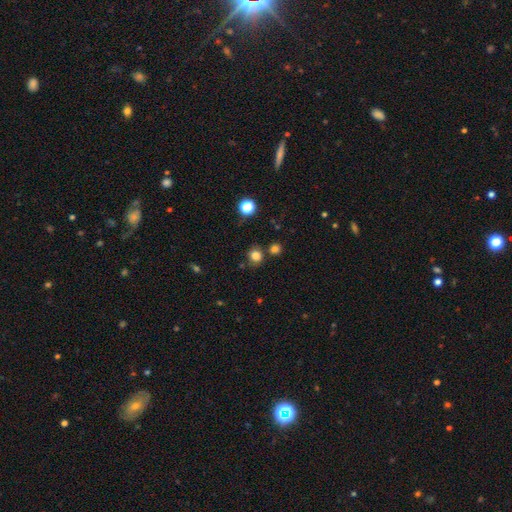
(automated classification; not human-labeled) Smooth or featured: smooth — 80% (star or artifact — 15%)
How rounded: round — 86% (in between — 13%)
Merging: none — 78% (minor disturbance — 10%)